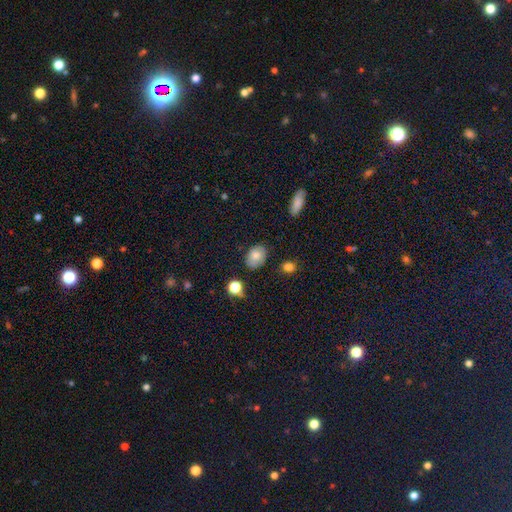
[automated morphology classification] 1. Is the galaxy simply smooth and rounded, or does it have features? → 80% smooth, 11% featured or disk, 9% star or artifact.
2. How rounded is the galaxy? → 73% in between, 26% round, 1% cigar-shaped.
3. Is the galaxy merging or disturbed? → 77% none, 17% minor disturbance, 4% major disturbance, 2% merger.